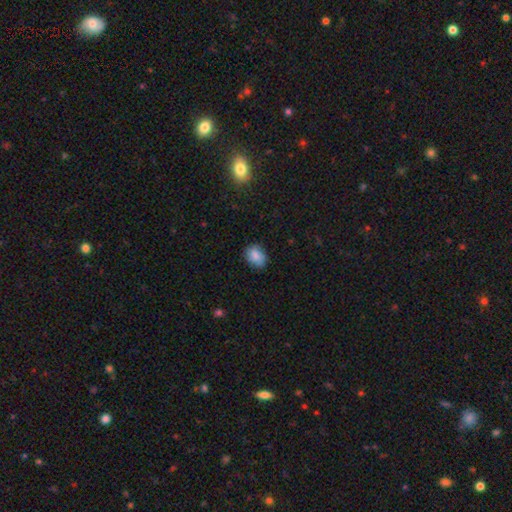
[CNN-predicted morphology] This is clearly a smooth galaxy (83%). How rounded: possibly in between (55%). Merging: likely none (69%).